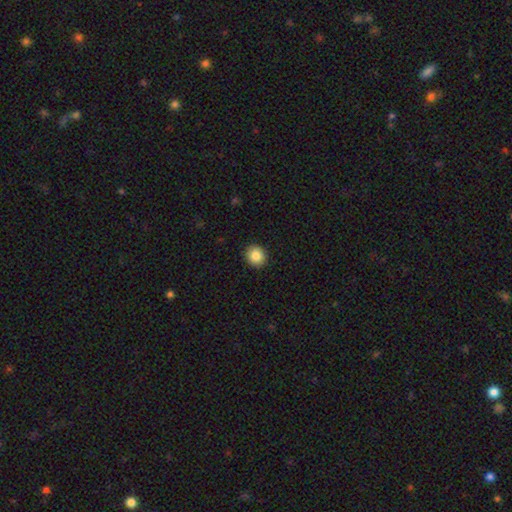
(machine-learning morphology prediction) The model was most divided on "how rounded": round: 83%, in between: 16%, cigar-shaped: 1%. More confident: merging — none (92%); smooth or featured — smooth (86%).